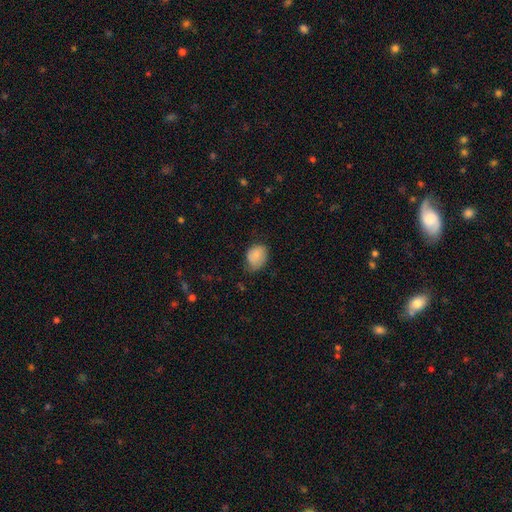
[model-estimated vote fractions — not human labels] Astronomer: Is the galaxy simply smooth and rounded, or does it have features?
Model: smooth — 83%.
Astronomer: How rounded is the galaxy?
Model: in between — 62%.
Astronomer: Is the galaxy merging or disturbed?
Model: none — 55% (runner-up: minor disturbance, 35%).